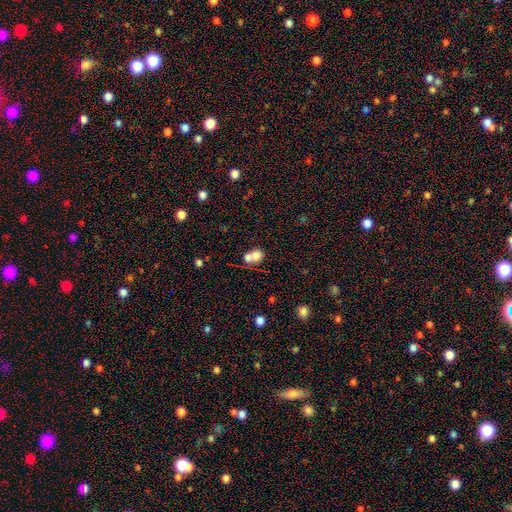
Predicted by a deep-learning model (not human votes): Smooth or featured? smooth (75%)
How rounded? round (57%)
Merging? merger (60%)